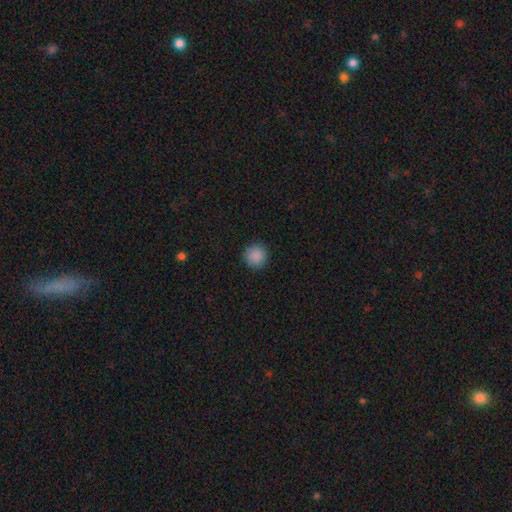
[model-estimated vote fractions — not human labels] smooth 89%, star or artifact 9%, featured or disk 3%. Down the decision tree: how rounded — round (95%); merging — none (91%).